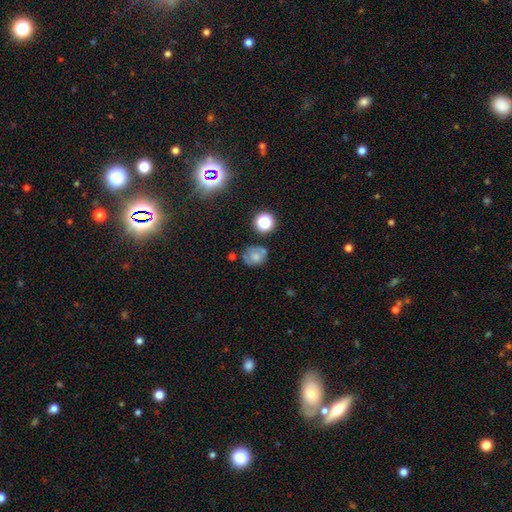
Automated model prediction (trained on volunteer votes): smooth-or-featured: smooth: 58% | featured or disk: 27% | star or artifact: 15%
  how-rounded: round: 64% | in between: 35% | cigar-shaped: 1%
  merging: none: 55% | minor disturbance: 24% | merger: 11% | major disturbance: 10%